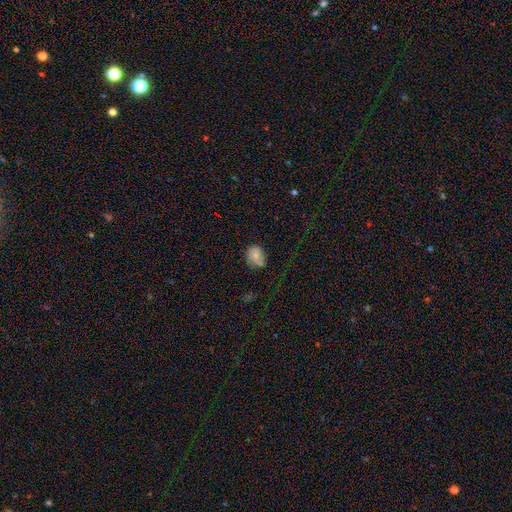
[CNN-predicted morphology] The model was most divided on "how rounded": in between: 51%, round: 48%, cigar-shaped: 1%. More confident: smooth or featured — smooth (65%); merging — none (57%).